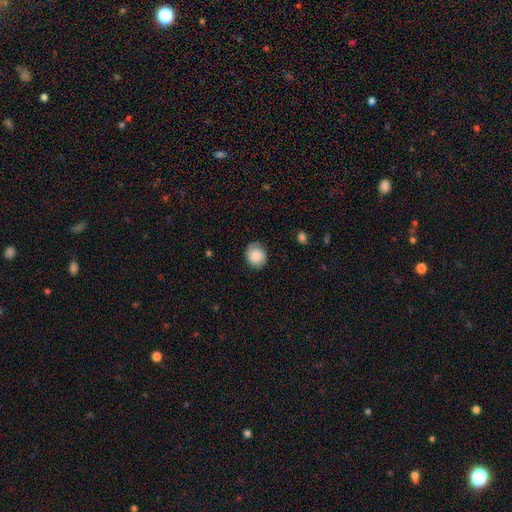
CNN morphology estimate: type=smooth (80%); roundness=round (71%); merging=none (76%).